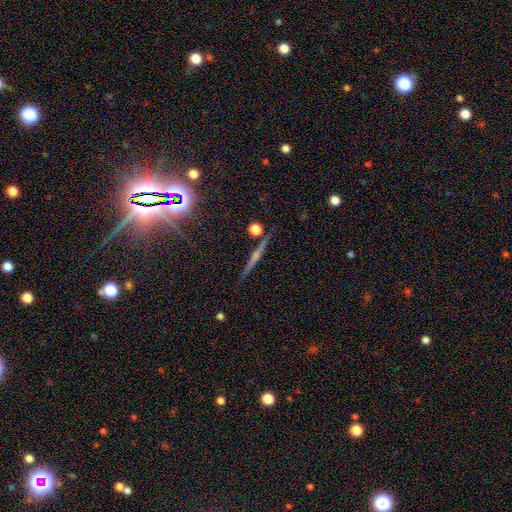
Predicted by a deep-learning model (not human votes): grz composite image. It shows a featured or disk galaxy (63%) viewed edge-on (97%) with a rounded central bulge (57%). Merging: none (89%).